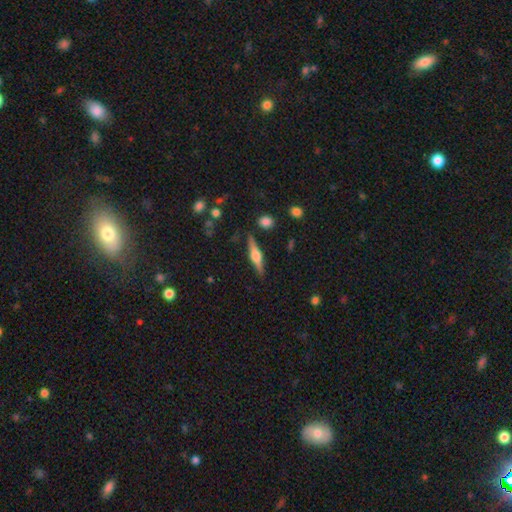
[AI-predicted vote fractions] Smooth or featured? Predicted: featured or disk (p=0.66). Edge-on disk? Predicted: yes (p=0.97). Edge-on bulge? Predicted: rounded (p=0.89). Merging? Predicted: none (p=0.87).